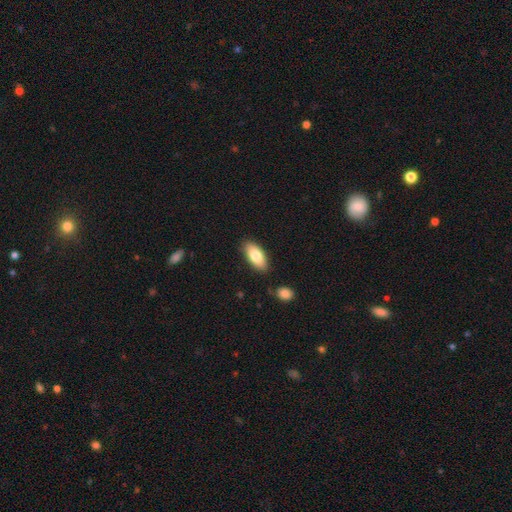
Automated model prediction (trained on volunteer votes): smooth 80%, featured or disk 14%, star or artifact 6%. Down the decision tree: how rounded — in between (86%); merging — none (83%).